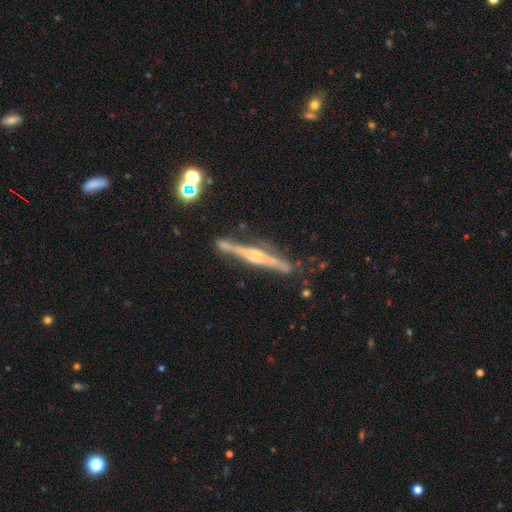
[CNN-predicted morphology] featured or disk 80%, smooth 13%, star or artifact 7%. Down the decision tree: edge-on disk — yes (96%); edge-on bulge — rounded (69%); merging — none (70%).